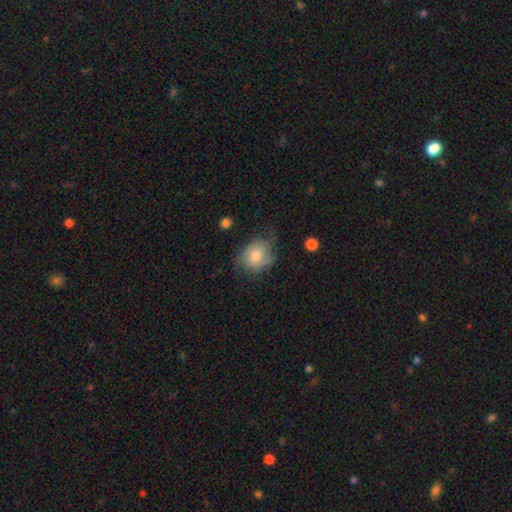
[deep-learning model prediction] The model was most divided on "how rounded" (2-way tie): round: 49%, in between: 49%, cigar-shaped: 1%. Remaining: smooth or featured — smooth (61%); merging — none (50%).